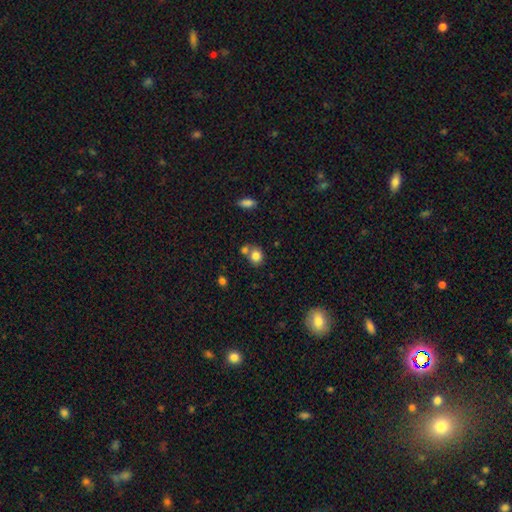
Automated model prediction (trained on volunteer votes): Smooth or featured: smooth — 81% (star or artifact — 10%)
How rounded: round — 67% (in between — 32%)
Merging: none — 53% (merger — 32%)